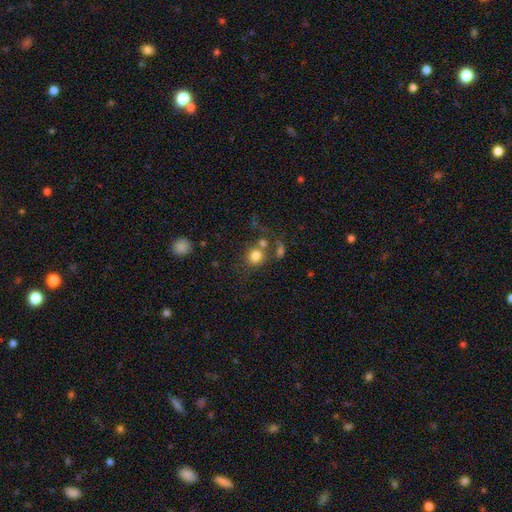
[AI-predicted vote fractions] Smooth or featured? Predicted: smooth (p=0.80). How rounded? Predicted: round (p=0.84). Merging? Predicted: none (p=0.58).